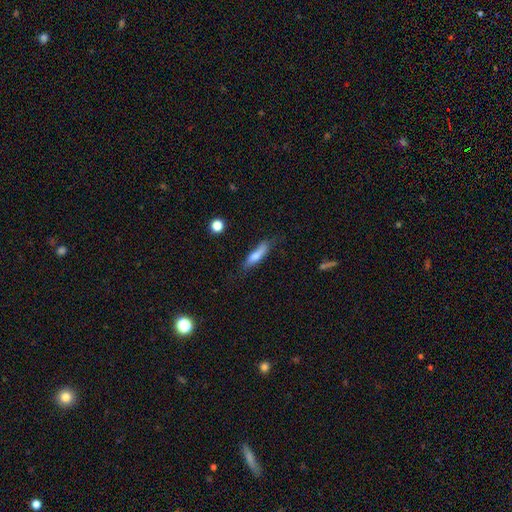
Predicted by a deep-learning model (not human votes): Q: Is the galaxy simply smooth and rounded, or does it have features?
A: smooth — 69%.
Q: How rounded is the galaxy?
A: cigar-shaped — 77%.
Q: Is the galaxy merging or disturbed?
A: none — 67%.